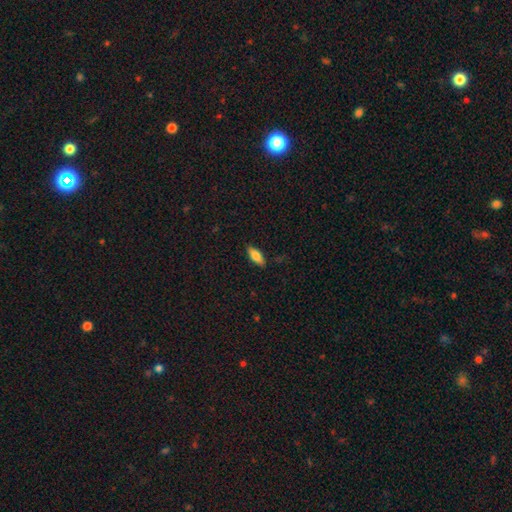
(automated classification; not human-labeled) Smooth or featured? Predicted: smooth (p=0.79). How rounded? Predicted: in between (p=0.73). Merging? Predicted: none (p=0.85).